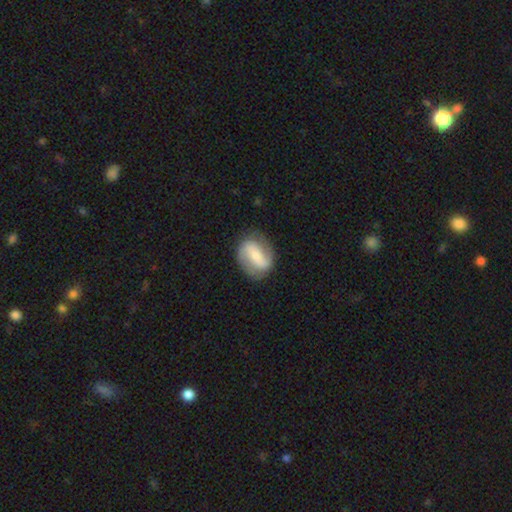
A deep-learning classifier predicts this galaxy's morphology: Overall: featured or disk (71%). Edge-on disk: no (97%). Bar: strong (39%; weak 37%). Spiral arms: yes (89%). Spiral arm count: 2 (86%). Spiral winding: medium (40%; loose 38%). Bulge size: small (58%; moderate 34%). Merging: none (77%).